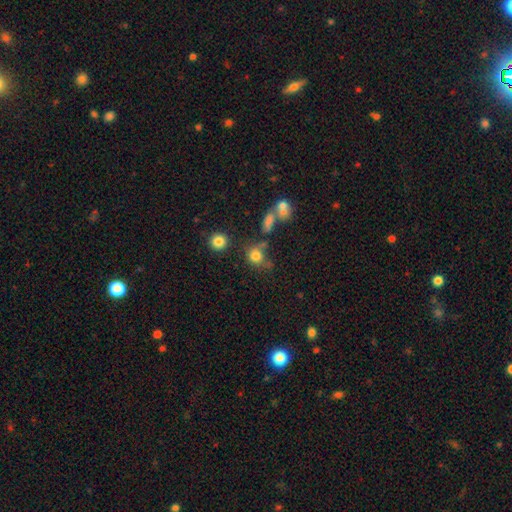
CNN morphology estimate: This appears to be a smooth galaxy with no disk features (77%) that is round (73%). Merging: none (55%).